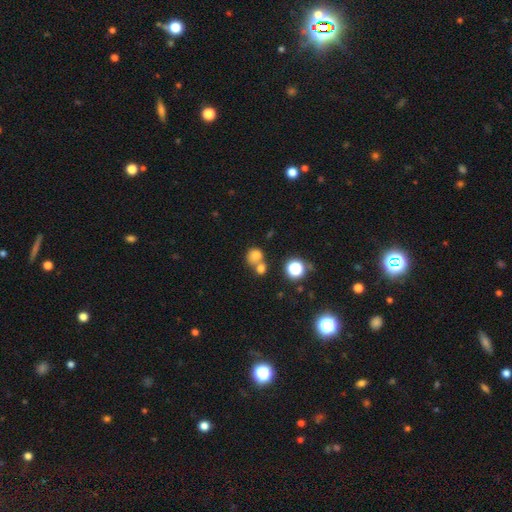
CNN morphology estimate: This appears to be a smooth galaxy with no disk features (74%) that is round (80%). Merging: merger (46%).